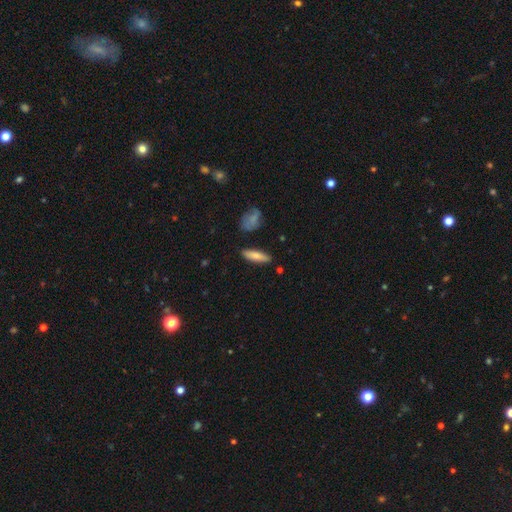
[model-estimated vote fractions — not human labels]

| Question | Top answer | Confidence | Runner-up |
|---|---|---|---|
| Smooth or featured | smooth | 74% | featured or disk (20%) |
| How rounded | cigar-shaped | 61% | in between (36%) |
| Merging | none | 84% | minor disturbance (11%) |